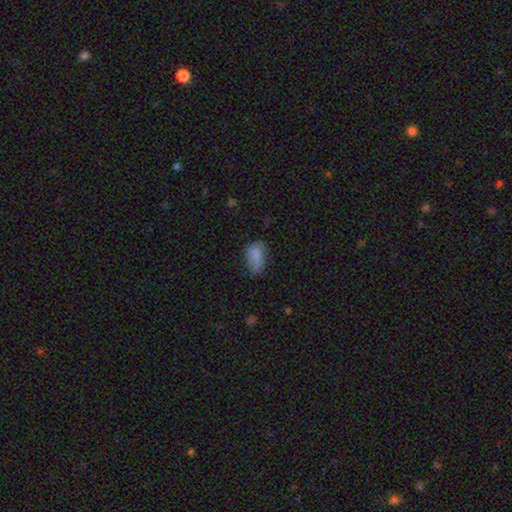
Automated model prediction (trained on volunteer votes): Morphology: type=smooth (82%); roundness=in between (92%); merging=none (54%).